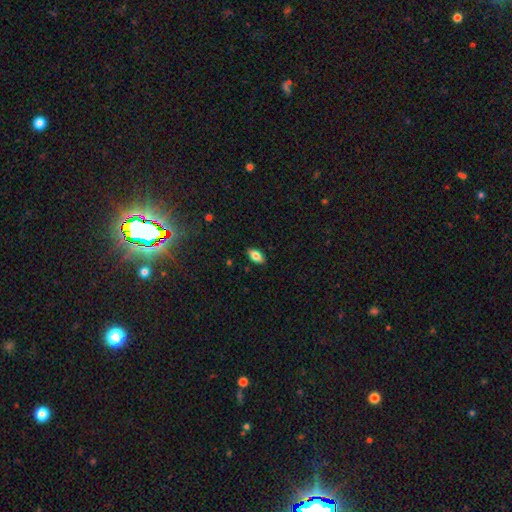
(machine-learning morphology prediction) smooth-or-featured: smooth: 79% | featured or disk: 13% | star or artifact: 8%
  how-rounded: in between: 90% | cigar-shaped: 7% | round: 3%
  merging: none: 88% | minor disturbance: 9% | major disturbance: 2% | merger: 1%